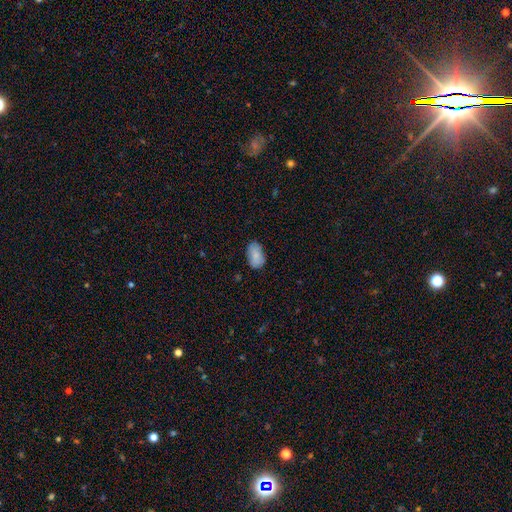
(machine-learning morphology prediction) Smooth or featured?
  - smooth: 83% *
  - featured or disk: 10%
  - star or artifact: 7%
How rounded?
  - in between: 93% *
  - round: 6%
  - cigar-shaped: 1%
Merging?
  - none: 76% *
  - minor disturbance: 19%
  - major disturbance: 3%
  - merger: 1%